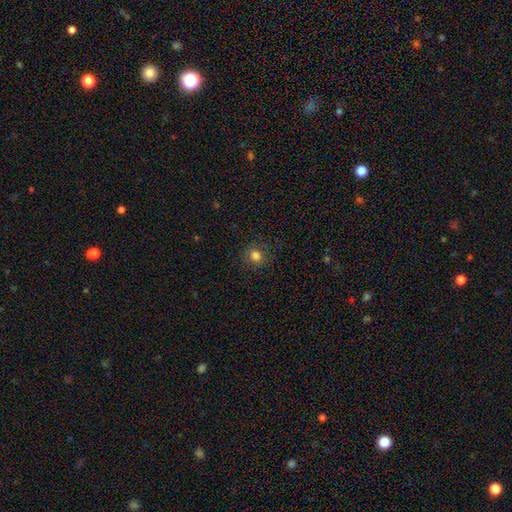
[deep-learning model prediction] A smooth galaxy with no disk features (81%) that is round (75%). Merging: none (86%).